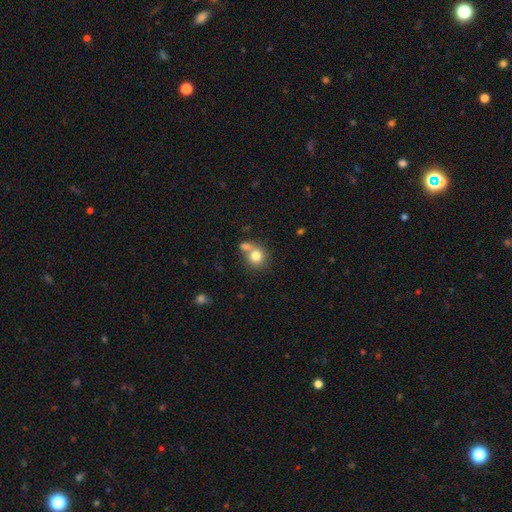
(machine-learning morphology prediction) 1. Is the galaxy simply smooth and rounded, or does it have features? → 79% smooth, 11% featured or disk, 10% star or artifact.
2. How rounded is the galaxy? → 82% round, 17% in between, 1% cigar-shaped.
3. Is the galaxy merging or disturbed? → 48% none, 38% merger, 10% minor disturbance, 4% major disturbance.